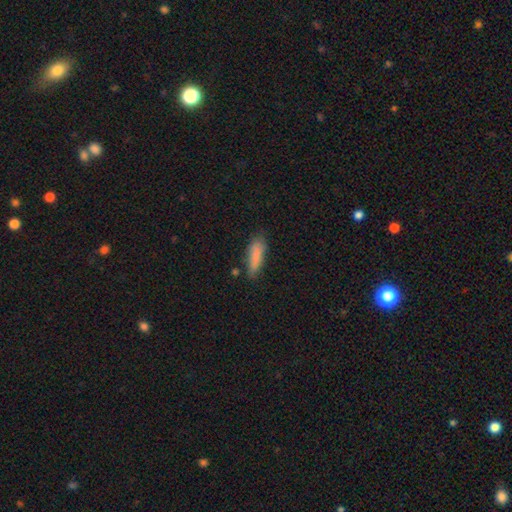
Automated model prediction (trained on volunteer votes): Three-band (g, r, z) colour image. It shows a smooth galaxy with no disk features (85%) that is cigar-shaped (53%). Merging: none (66%).